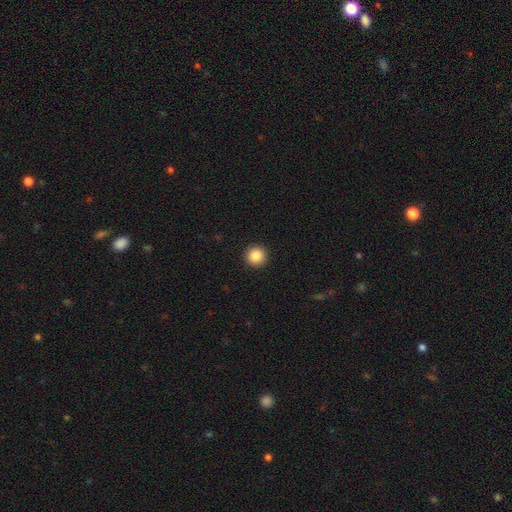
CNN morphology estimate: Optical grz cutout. It shows a smooth galaxy with no disk features (87%) that is round (96%). Merging: none (93%).